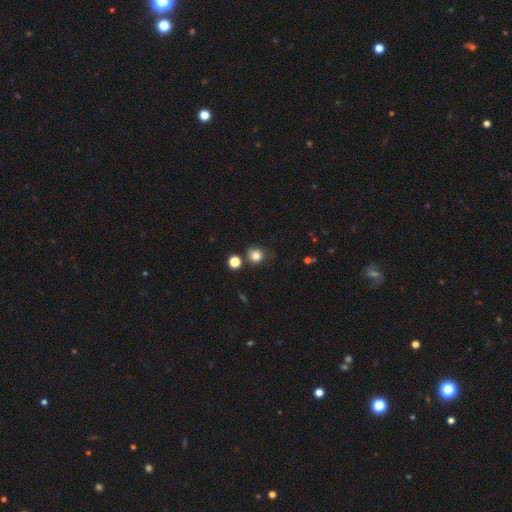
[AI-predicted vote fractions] Smooth or featured? Predicted: smooth (p=0.81). How rounded? Predicted: round (p=0.88). Merging? Predicted: none (p=0.74).